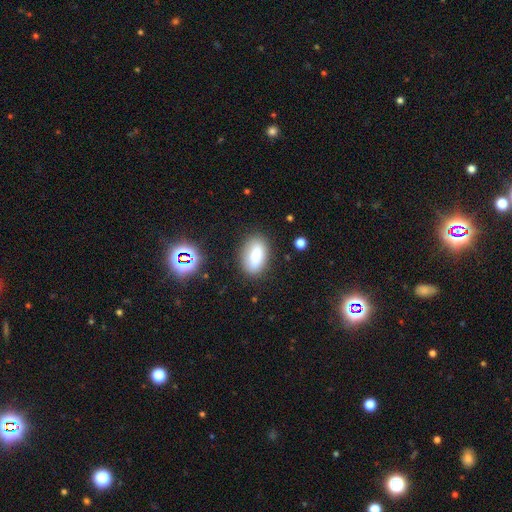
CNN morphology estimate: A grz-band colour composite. It shows a smooth galaxy with no disk features (80%) that is in between round and cigar-shaped (90%). Merging: none (83%).